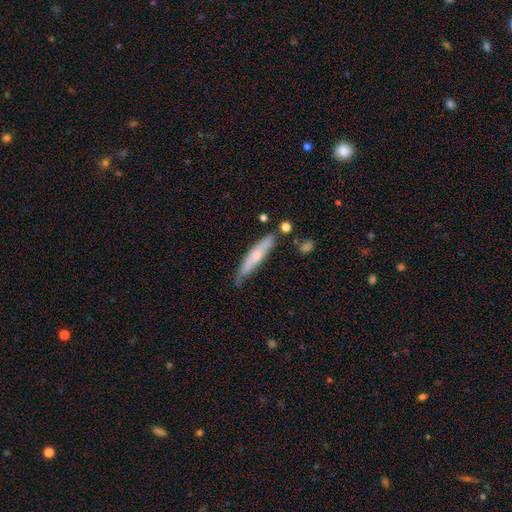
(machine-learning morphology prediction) smooth_or_featured: smooth (p=0.61) [alt: featured or disk p=0.34]
how_rounded: cigar-shaped (p=0.91) [alt: in between p=0.08]
merging: none (p=0.69) [alt: minor disturbance p=0.22]